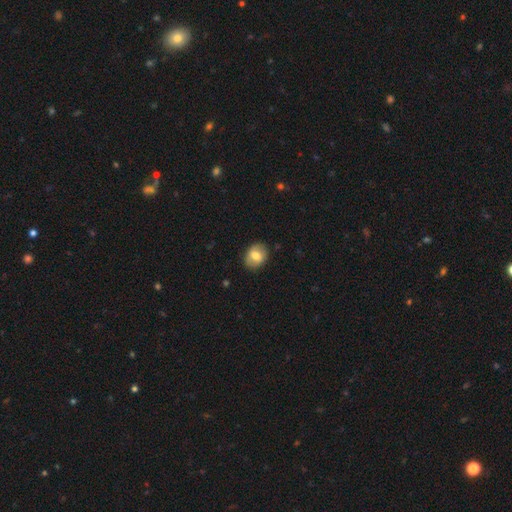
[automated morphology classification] The model was most divided on "how rounded": in between: 55%, round: 44%, cigar-shaped: 1%. More confident: merging — none (85%); smooth or featured — smooth (72%).